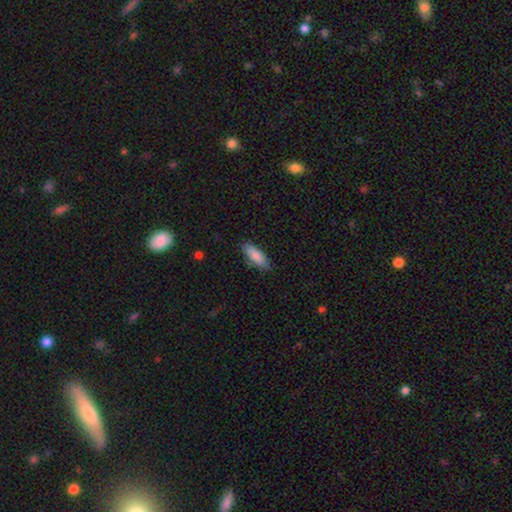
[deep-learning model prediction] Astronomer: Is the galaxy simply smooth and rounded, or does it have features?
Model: smooth — 86%.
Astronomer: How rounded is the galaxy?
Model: in between — 67%.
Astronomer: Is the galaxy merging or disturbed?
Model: none — 82%.